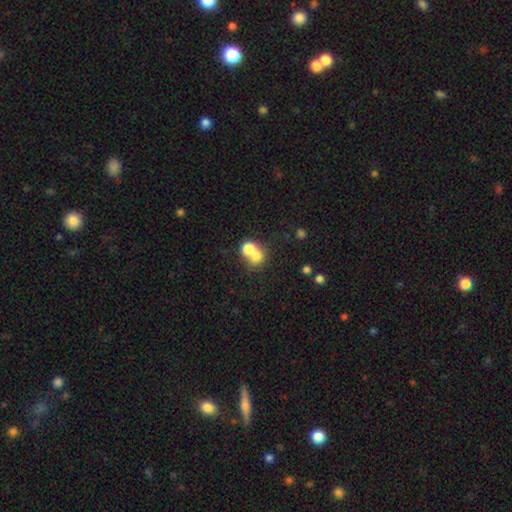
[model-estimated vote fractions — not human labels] Q: Smooth or featured?
A: smooth (71%); runner-up: featured or disk (15%)
Q: How rounded?
A: round (74%); runner-up: in between (25%)
Q: Merging?
A: merger (54%); runner-up: none (36%)